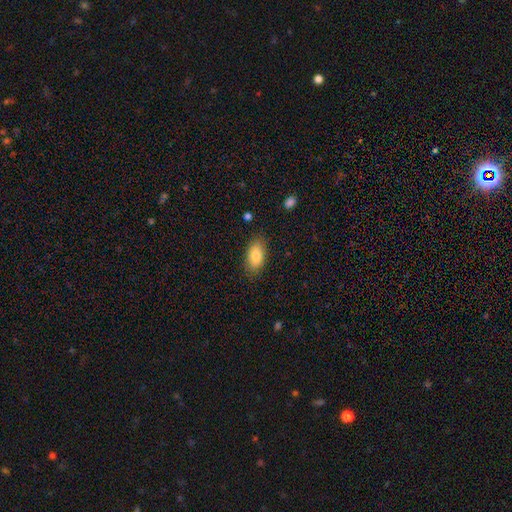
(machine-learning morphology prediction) This appears to be a smooth galaxy with no disk features (82%) that is in between round and cigar-shaped (91%). Merging: none (83%).